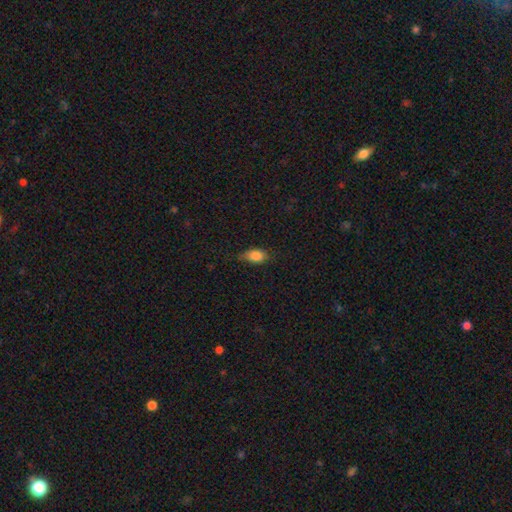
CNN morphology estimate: This appears to be a smooth galaxy with no disk features (83%) that is in between round and cigar-shaped (83%). Merging: none (68%).